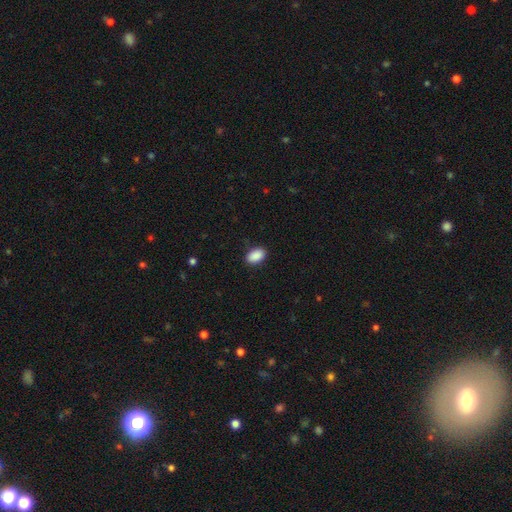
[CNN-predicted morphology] The model was most divided on "merging": none: 88%, minor disturbance: 9%, major disturbance: 2%, merger: 1%. More confident: how rounded — in between (91%); smooth or featured — smooth (90%).